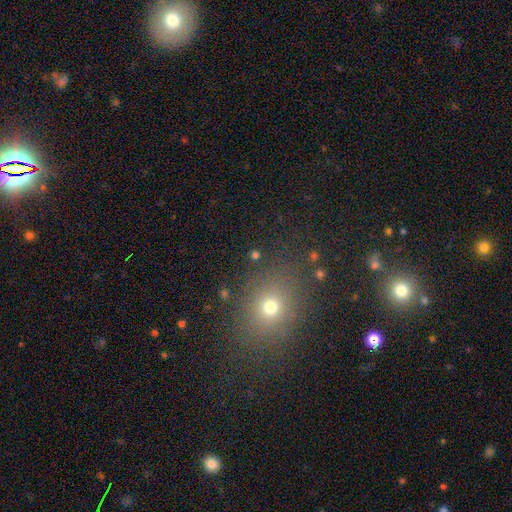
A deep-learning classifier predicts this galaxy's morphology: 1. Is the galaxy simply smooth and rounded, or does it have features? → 57% smooth, 33% star or artifact, 10% featured or disk.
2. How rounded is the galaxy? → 68% round, 30% in between, 2% cigar-shaped.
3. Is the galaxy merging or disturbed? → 81% none, 9% minor disturbance, 5% merger, 5% major disturbance.